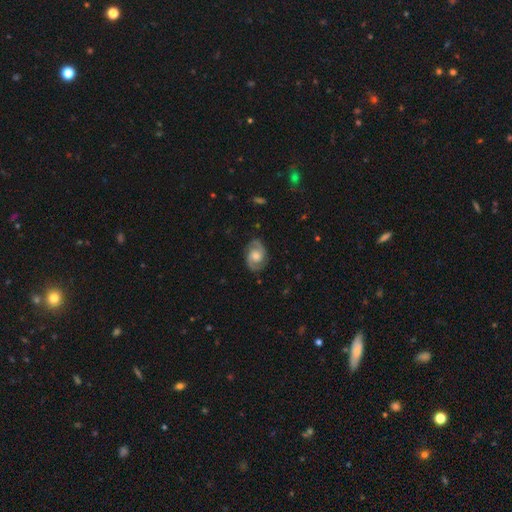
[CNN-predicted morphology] A featured or disk galaxy (84%) with no bar (60%), 2 (93%) medium (52%) spiral arms (97%) and a moderate central bulge (59%). Merging: none (83%).